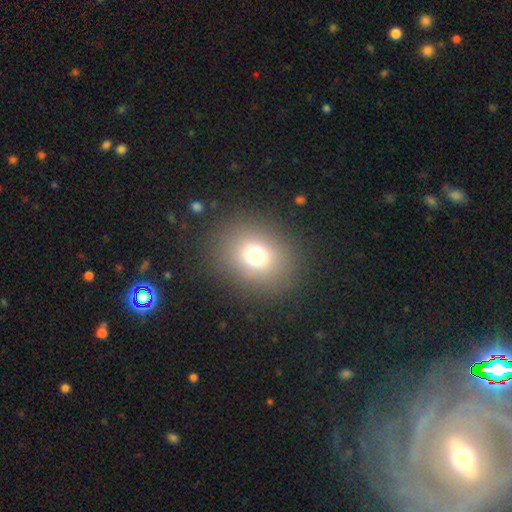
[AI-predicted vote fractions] Morphology: type=smooth (71%); roundness=round (59%); merging=none (86%).